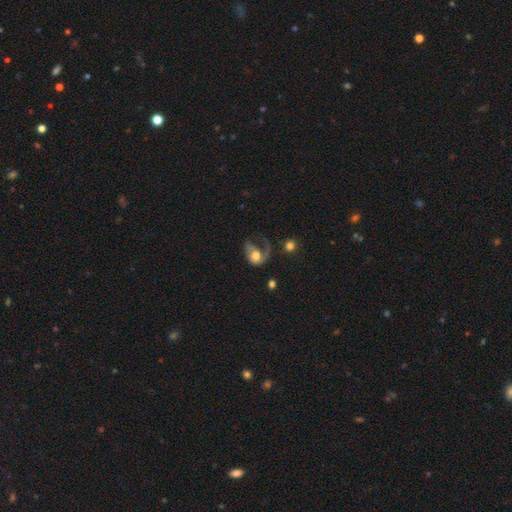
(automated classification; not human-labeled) Smooth or featured?
  - featured or disk: 56% *
  - smooth: 37%
  - star or artifact: 7%
Edge-on disk?
  - no: 97% *
  - yes: 3%
Bar?
  - no: 77% *
  - weak: 18%
  - strong: 5%
Spiral arms?
  - yes: 70% *
  - no: 30%
Bulge size?
  - moderate: 55% *
  - large: 30%
  - small: 9%
  - dominant: 4%
  - none: 3%
Merging?
  - major disturbance: 59% *
  - none: 20%
  - minor disturbance: 15%
  - merger: 6%